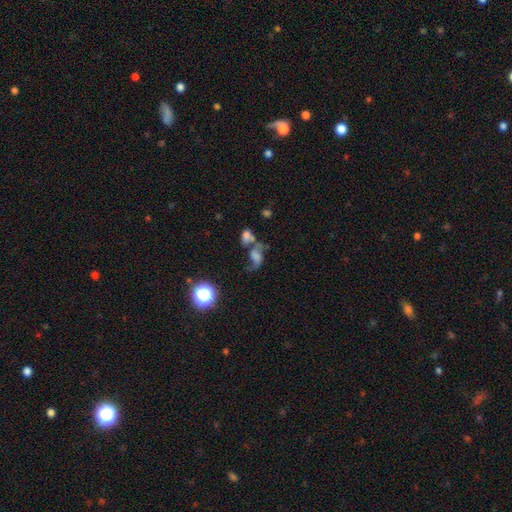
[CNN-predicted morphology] This is possibly a featured or disk galaxy (50%). Merging: marginally merger (39%).